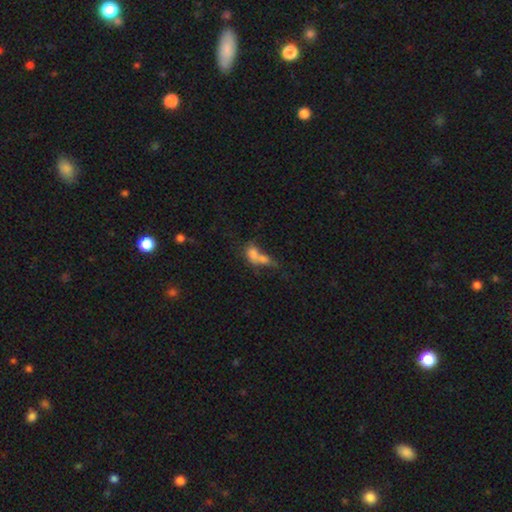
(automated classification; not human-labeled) Smooth or featured? smooth (65%)
How rounded? in between (68%)
Merging? merger (64%)